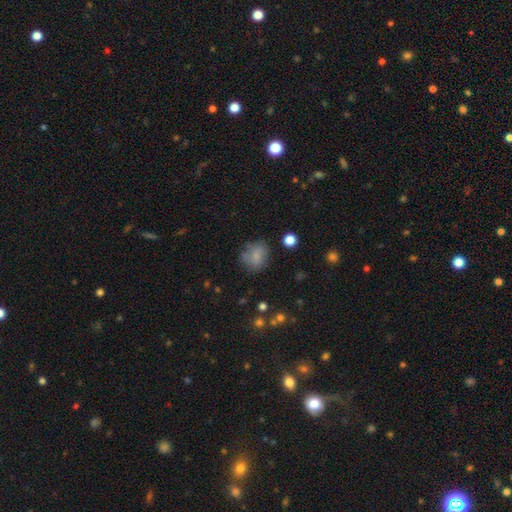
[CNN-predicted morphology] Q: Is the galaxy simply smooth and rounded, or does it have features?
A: smooth — 75%.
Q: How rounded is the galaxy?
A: round — 63%.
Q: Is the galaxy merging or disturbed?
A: none — 63%.